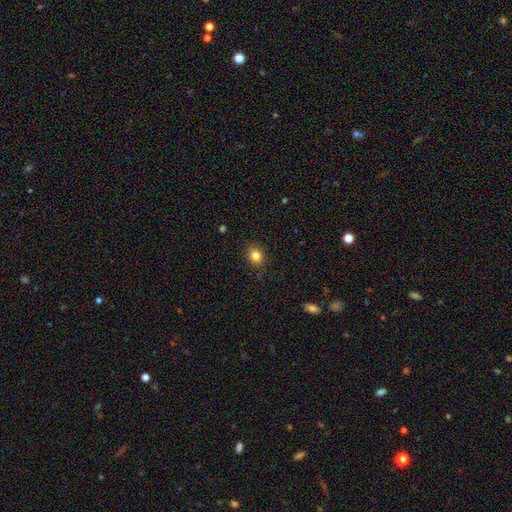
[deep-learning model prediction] Smooth or featured? smooth (84%)
How rounded? round (50%)
Merging? none (88%)